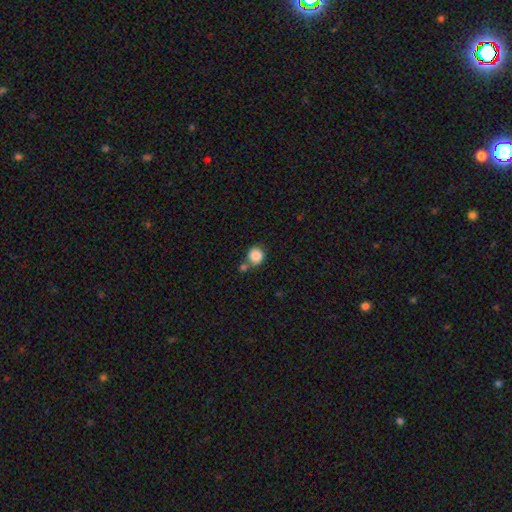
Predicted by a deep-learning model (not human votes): This appears to be a smooth galaxy with no disk features (86%) that is round (87%). Merging: none (57%).